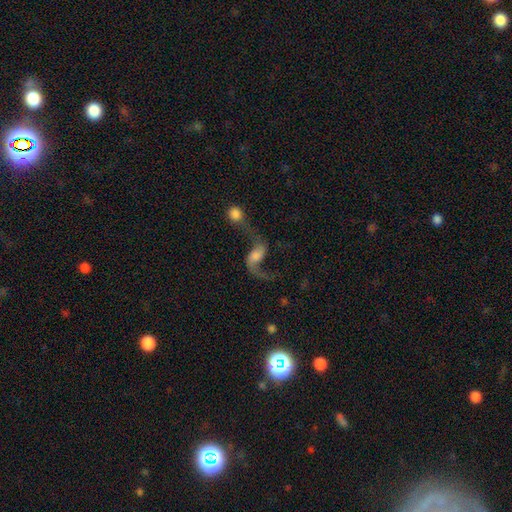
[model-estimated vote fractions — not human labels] Smooth or featured: featured or disk — 77% (smooth — 15%)
Edge-on disk: no — 95% (yes — 5%)
Bar: no — 50% (weak — 37%)
Spiral arms: yes — 92% (no — 8%)
Spiral winding: loose — 91% (medium — 7%)
Spiral arm count: 2 — 86% (1 — 10%)
Bulge size: moderate — 32% (large — 23%)
Merging: merger — 43% (none — 29%)